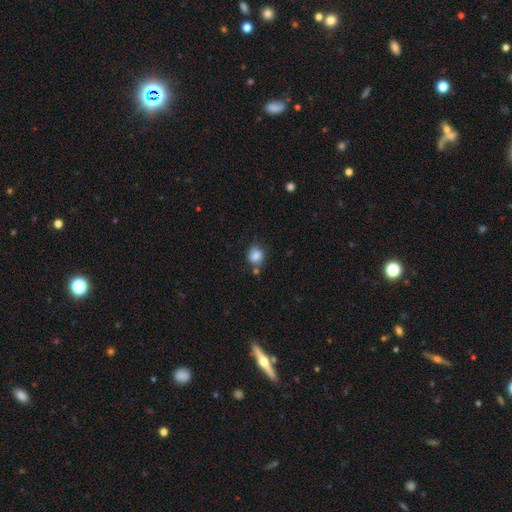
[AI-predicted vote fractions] This is clearly a smooth galaxy (84%). How rounded: likely round (71%). Merging: likely none (64%).